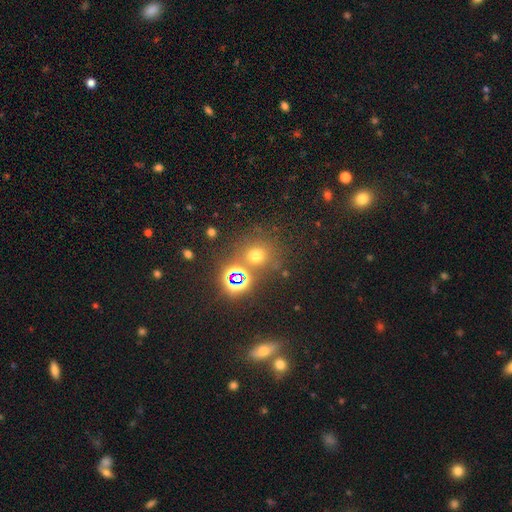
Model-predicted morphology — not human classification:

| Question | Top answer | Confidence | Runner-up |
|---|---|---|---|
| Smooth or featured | smooth | 57% | star or artifact (35%) |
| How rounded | round | 86% | in between (13%) |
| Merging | none | 73% | merger (12%) |